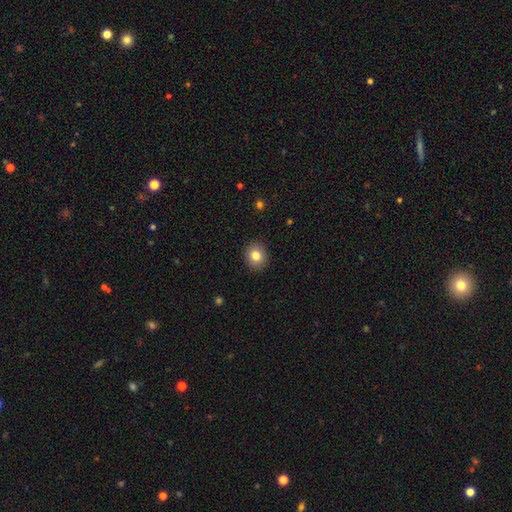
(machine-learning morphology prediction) Overall: smooth (81%). How rounded: round (78%). Merging: none (91%).